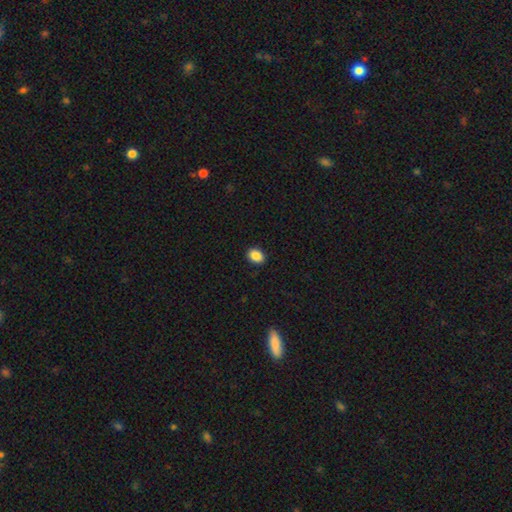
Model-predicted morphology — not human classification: smooth 88%, star or artifact 9%, featured or disk 3%. Down the decision tree: how rounded — in between (67%); merging — none (91%).